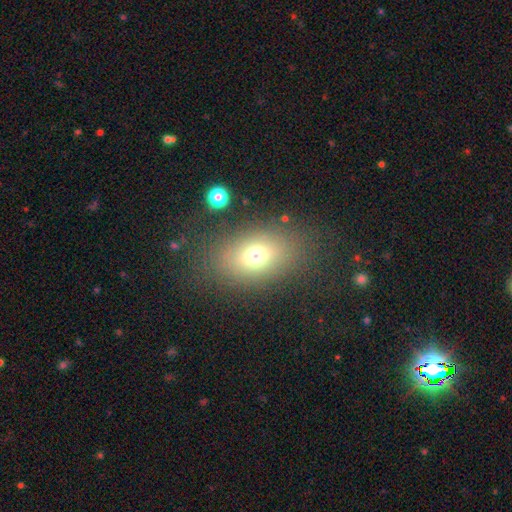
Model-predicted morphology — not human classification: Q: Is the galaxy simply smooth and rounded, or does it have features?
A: smooth — 71%.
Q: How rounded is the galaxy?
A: in between — 79%.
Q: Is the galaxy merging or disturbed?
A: none — 80%.